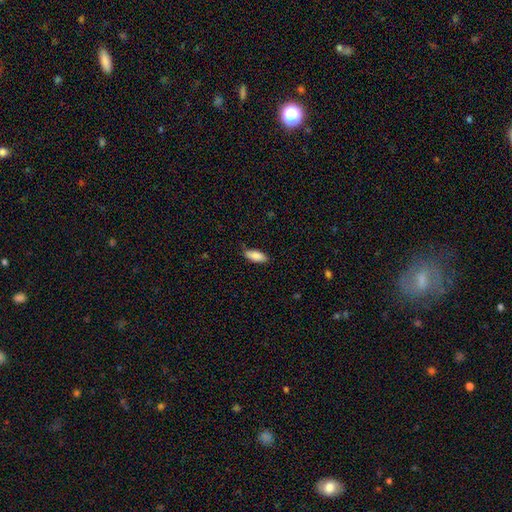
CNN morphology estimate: This is clearly a smooth galaxy (87%). How rounded: clearly in between (82%). Merging: clearly none (82%).